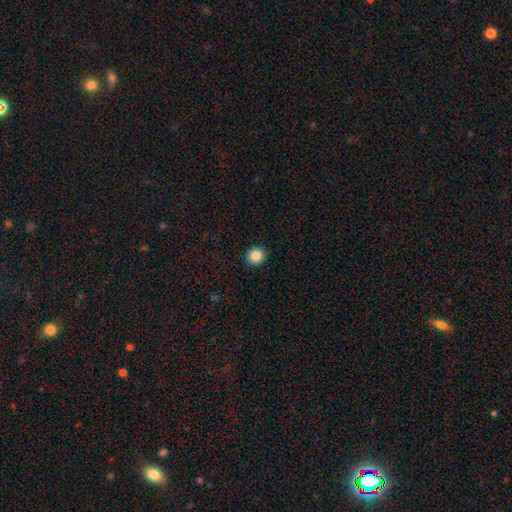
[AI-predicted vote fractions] Smooth or featured: smooth — 87% (star or artifact — 9%)
How rounded: round — 93% (in between — 6%)
Merging: none — 92% (minor disturbance — 5%)